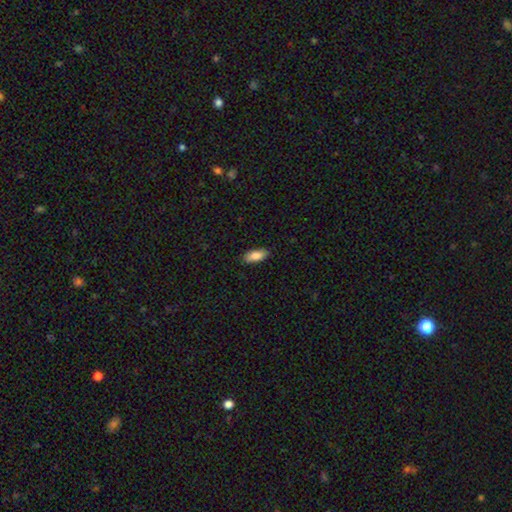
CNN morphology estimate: The model was most divided on "how rounded": in between: 83%, cigar-shaped: 15%, round: 2%. More confident: smooth or featured — smooth (87%); merging — none (86%).